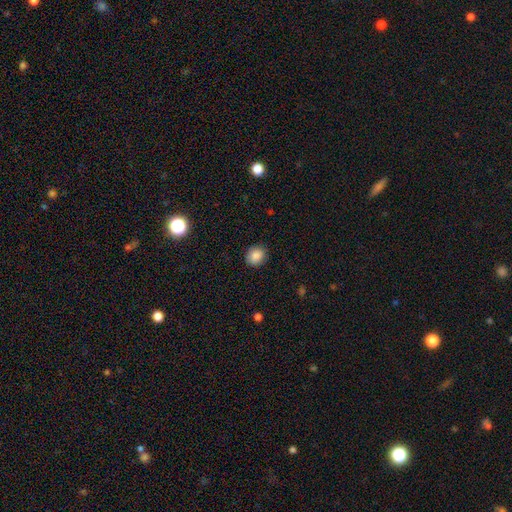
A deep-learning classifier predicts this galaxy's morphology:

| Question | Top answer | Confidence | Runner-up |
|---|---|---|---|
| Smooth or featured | smooth | 86% | star or artifact (9%) |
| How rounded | round | 74% | in between (25%) |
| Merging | none | 87% | minor disturbance (10%) |